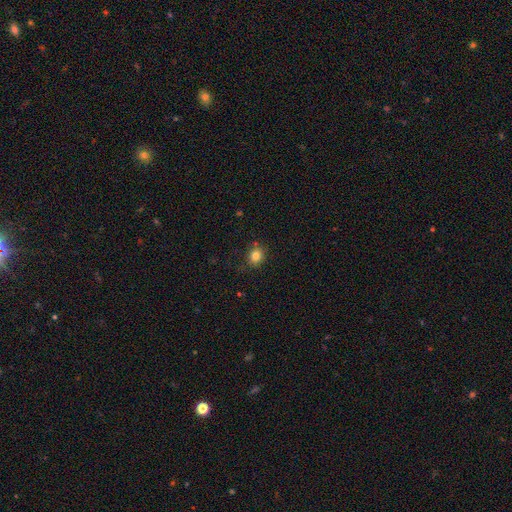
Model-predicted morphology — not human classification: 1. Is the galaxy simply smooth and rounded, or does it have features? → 82% smooth, 11% star or artifact, 7% featured or disk.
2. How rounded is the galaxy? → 68% round, 31% in between, 1% cigar-shaped.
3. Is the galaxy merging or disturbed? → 83% none, 12% minor disturbance, 3% major disturbance, 2% merger.